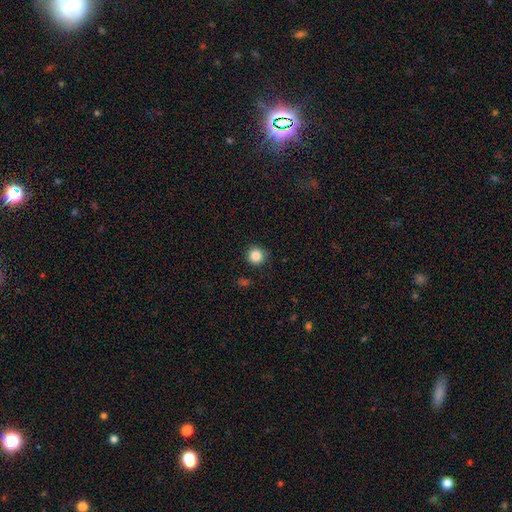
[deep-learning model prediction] Smooth or featured? smooth (86%)
How rounded? round (94%)
Merging? none (89%)